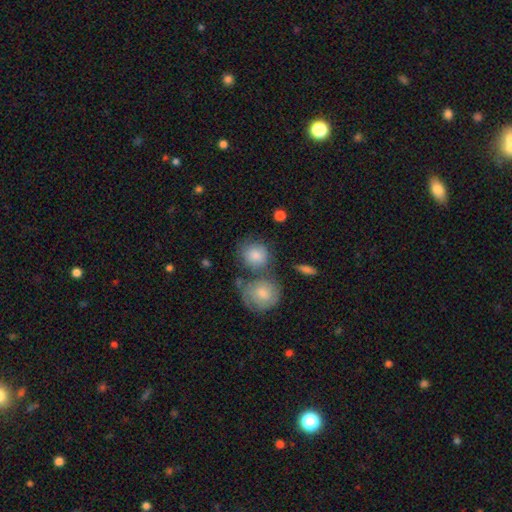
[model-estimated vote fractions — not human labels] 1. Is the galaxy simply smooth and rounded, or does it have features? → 80% smooth, 14% featured or disk, 7% star or artifact.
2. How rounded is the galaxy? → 81% round, 18% in between, 1% cigar-shaped.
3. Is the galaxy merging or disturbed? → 52% none, 27% merger, 15% minor disturbance, 7% major disturbance.